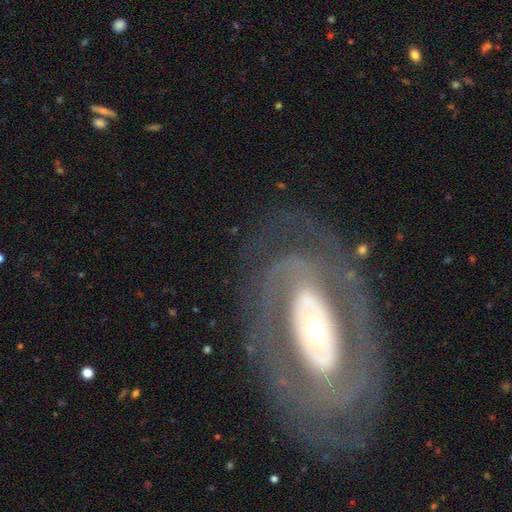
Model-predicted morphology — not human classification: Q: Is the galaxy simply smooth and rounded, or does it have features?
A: featured or disk — 83%.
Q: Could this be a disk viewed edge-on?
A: no — 93%.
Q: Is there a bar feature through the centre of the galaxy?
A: no — 63%.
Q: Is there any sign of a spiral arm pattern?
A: yes — 76%.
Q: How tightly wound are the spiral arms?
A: tight — 66%.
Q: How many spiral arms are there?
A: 2 — 41%.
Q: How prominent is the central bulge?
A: small — 44%.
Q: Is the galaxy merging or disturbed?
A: none — 78%.